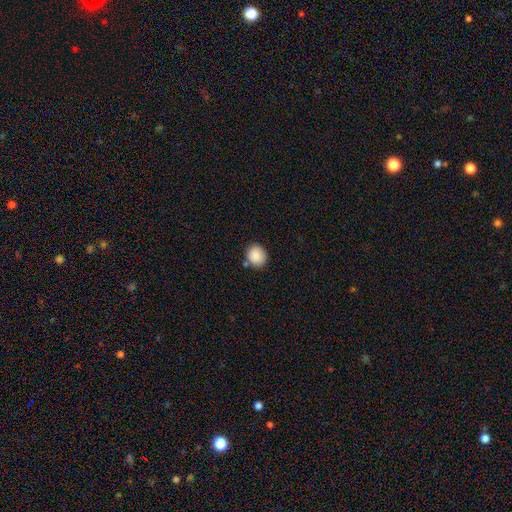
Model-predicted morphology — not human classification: type=smooth (88%); roundness=round (74%); merging=none (78%).